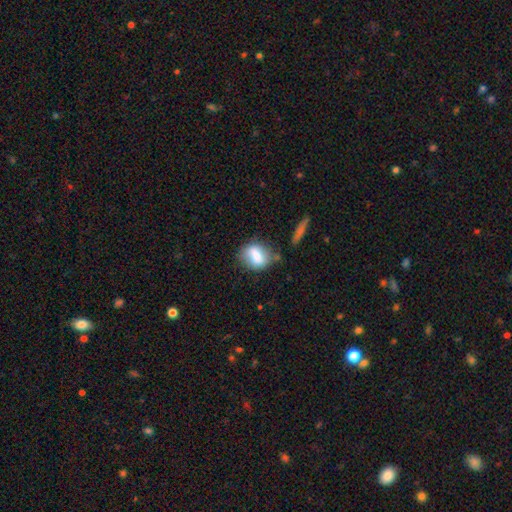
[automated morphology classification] smooth 71%, featured or disk 21%, star or artifact 8%. Down the decision tree: how rounded — in between (62%); merging — none (55%).